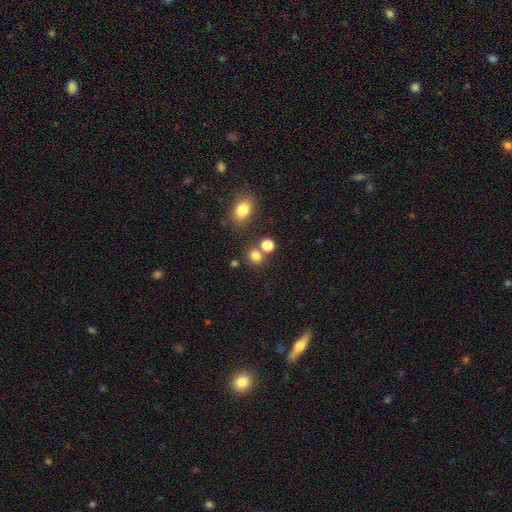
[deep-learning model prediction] Smooth or featured? smooth (78%)
How rounded? round (79%)
Merging? none (67%)